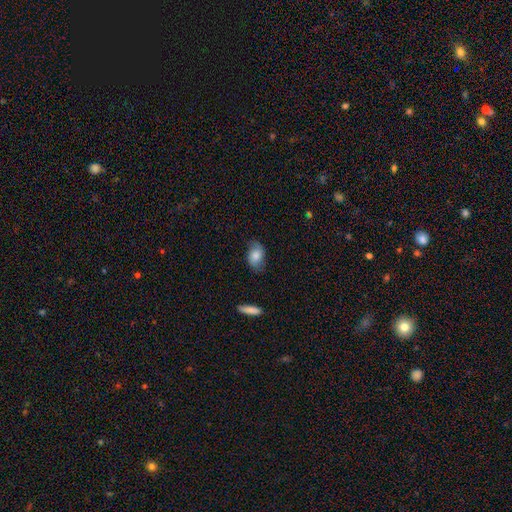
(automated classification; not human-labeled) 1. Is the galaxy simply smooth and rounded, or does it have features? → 75% smooth, 18% featured or disk, 7% star or artifact.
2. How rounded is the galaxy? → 87% in between, 11% round, 2% cigar-shaped.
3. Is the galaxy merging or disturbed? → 69% none, 24% minor disturbance, 6% major disturbance, 2% merger.